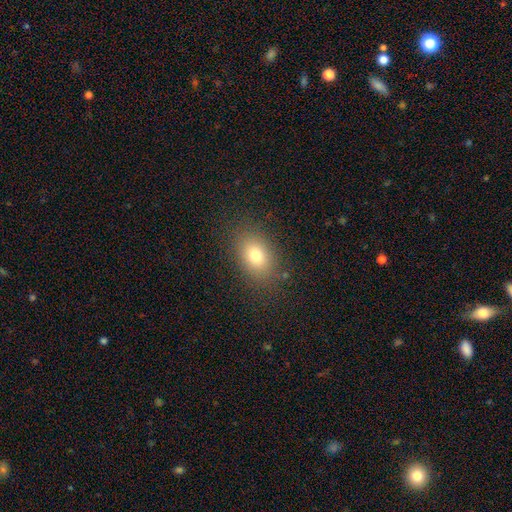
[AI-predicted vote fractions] A smooth galaxy with no disk features (76%) that is in between round and cigar-shaped (77%). Merging: none (85%).